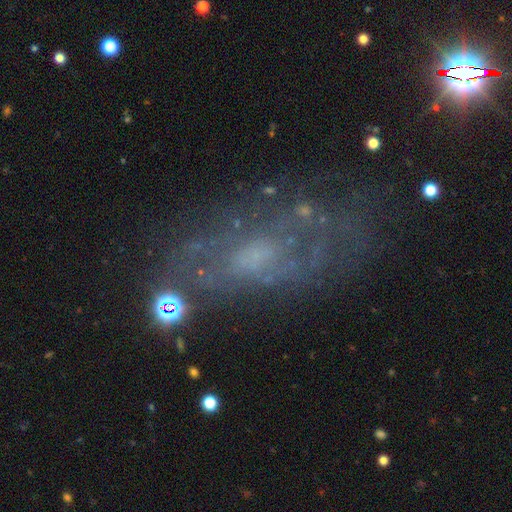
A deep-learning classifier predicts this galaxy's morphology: A featured or disk galaxy (63%) with no bar (65%), spiral arms (63%) and a small central bulge (51%).

Vote fractions:
- Smooth or featured? featured or disk: 63% / smooth: 21% / star or artifact: 17%
- Edge-on disk? no: 88% / yes: 12%
- Bar? no: 65% / weak: 29% / strong: 6%
- Spiral arms? yes: 63% / no: 37%
- Bulge size? small: 51% / moderate: 25% / none: 19% / large: 3% / dominant: 1%
- Merging? none: 66% / minor disturbance: 19% / major disturbance: 11% / merger: 5%